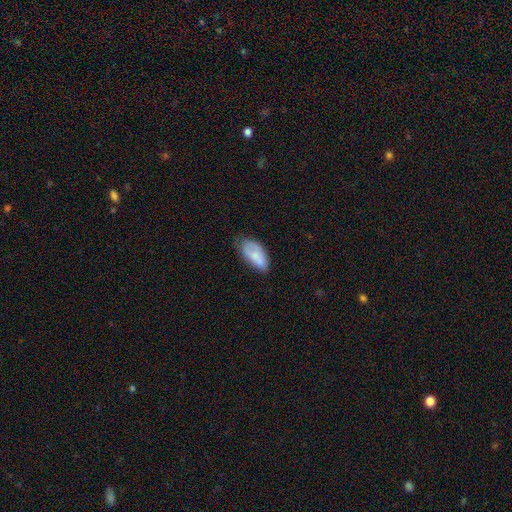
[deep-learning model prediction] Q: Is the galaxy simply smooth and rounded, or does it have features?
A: smooth — 71%.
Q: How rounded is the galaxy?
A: in between — 93%.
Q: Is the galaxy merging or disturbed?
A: none — 50%.